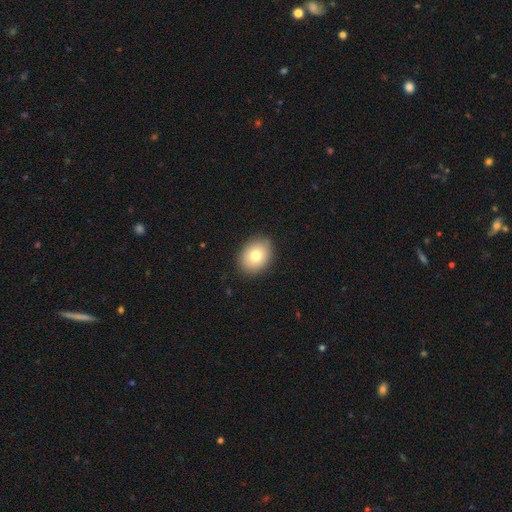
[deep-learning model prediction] Smooth or featured? Predicted: smooth (p=0.77). How rounded? Predicted: in between (p=0.56). Merging? Predicted: none (p=0.88).